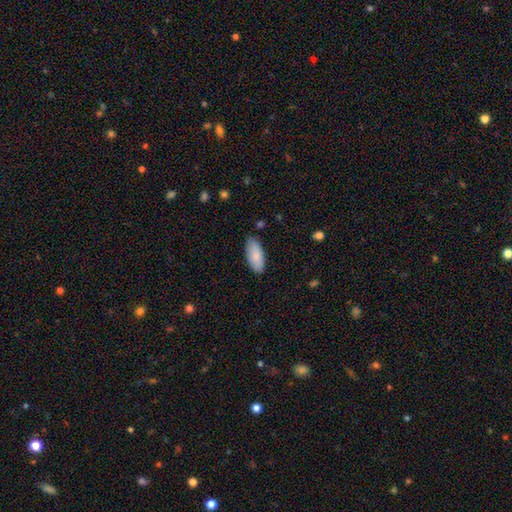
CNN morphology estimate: smooth 86%, featured or disk 8%, star or artifact 6%. Down the decision tree: how rounded — in between (88%); merging — none (85%).